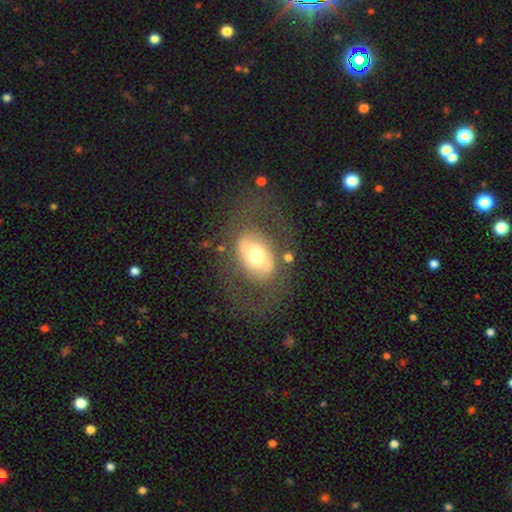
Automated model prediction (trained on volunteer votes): Overall: featured or disk (49%; smooth 42%). Merging: none (68%).